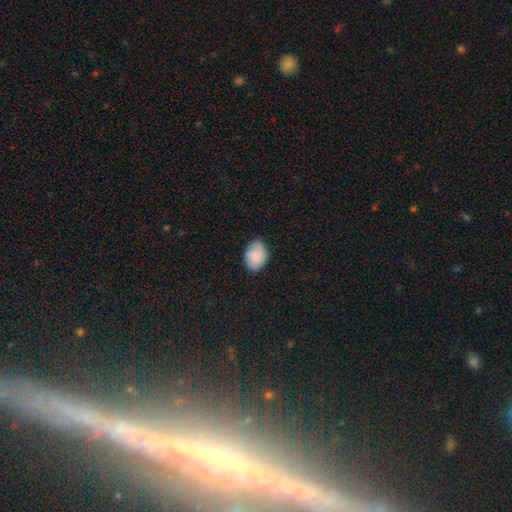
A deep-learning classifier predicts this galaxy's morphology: smooth-or-featured: smooth: 87% | star or artifact: 7% | featured or disk: 6%
  how-rounded: in between: 80% | round: 19% | cigar-shaped: 1%
  merging: none: 78% | minor disturbance: 19% | major disturbance: 3% | merger: 1%